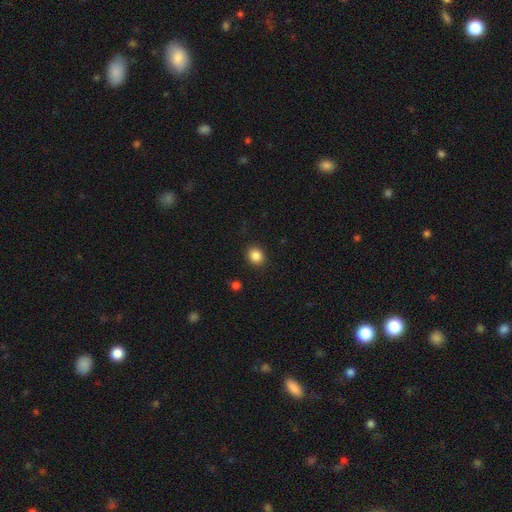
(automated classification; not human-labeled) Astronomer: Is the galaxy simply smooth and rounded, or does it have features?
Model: smooth — 86%.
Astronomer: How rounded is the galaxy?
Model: round — 78%.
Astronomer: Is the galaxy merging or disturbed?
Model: none — 91%.